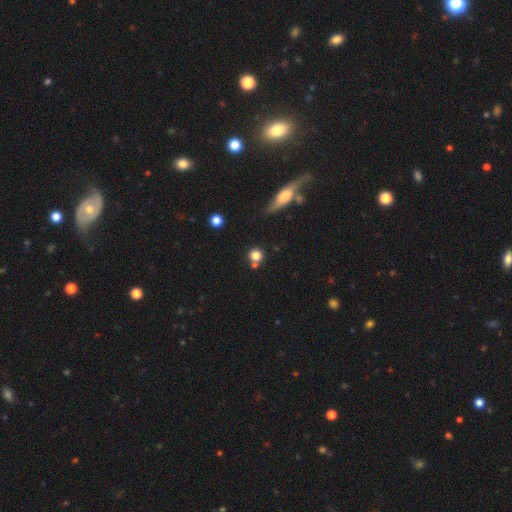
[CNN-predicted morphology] smooth-or-featured: smooth: 79% | star or artifact: 13% | featured or disk: 8%
  how-rounded: round: 90% | in between: 8% | cigar-shaped: 2%
  merging: none: 68% | merger: 19% | minor disturbance: 9% | major disturbance: 4%